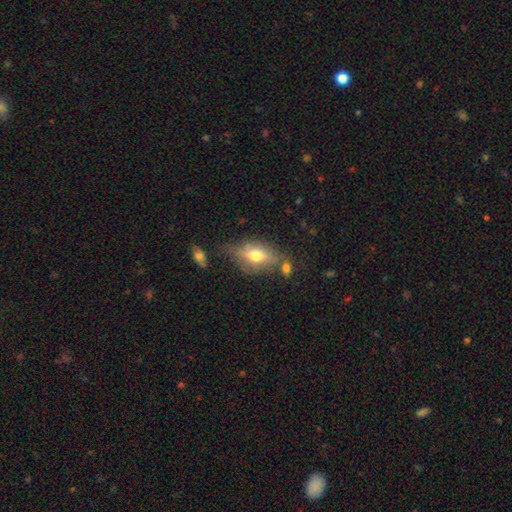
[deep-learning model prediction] Overall: smooth (53%; featured or disk 38%). How rounded: in between (80%). Merging: none (53%; minor disturbance 24%).